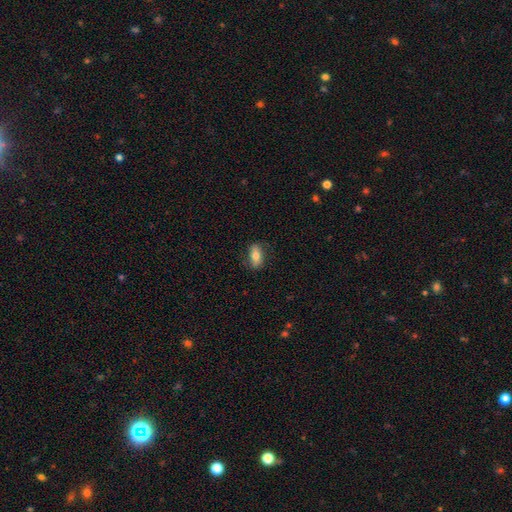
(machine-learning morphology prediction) Smooth or featured? smooth (71%)
How rounded? in between (82%)
Merging? none (81%)